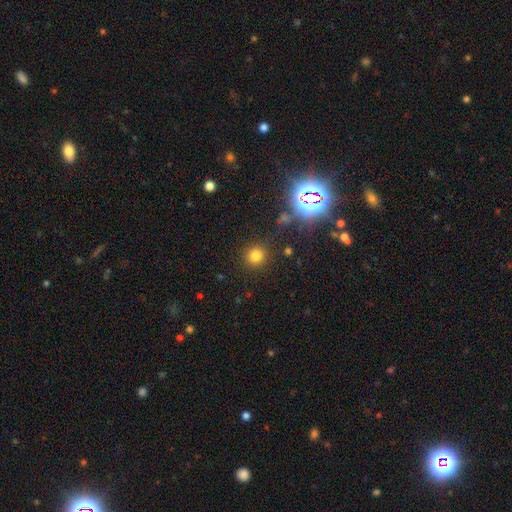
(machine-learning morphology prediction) type=smooth (76%); roundness=round (90%); merging=none (88%).